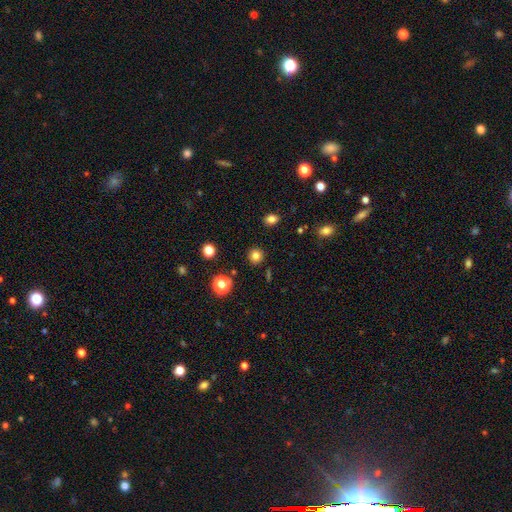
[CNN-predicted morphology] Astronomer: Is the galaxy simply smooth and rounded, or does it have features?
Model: smooth — 80%.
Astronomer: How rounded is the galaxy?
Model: round — 92%.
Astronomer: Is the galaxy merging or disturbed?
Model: none — 90%.